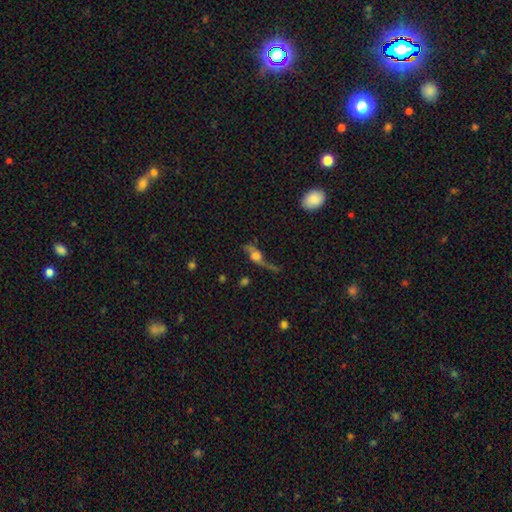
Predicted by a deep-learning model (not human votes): featured or disk 73%, smooth 16%, star or artifact 10%. Down the decision tree: edge-on disk — no (72%); bar — no (67%); spiral arms — yes (86%); bulge size — moderate (41%); merging — none (52%).